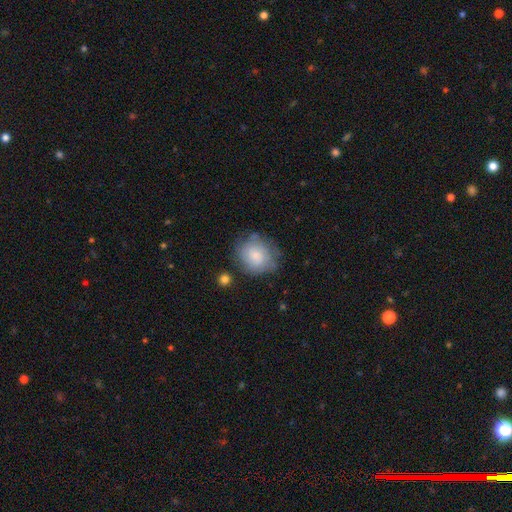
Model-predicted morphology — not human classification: Smooth or featured? Predicted: smooth (p=0.58). How rounded? Predicted: round (p=0.70). Merging? Predicted: none (p=0.62).